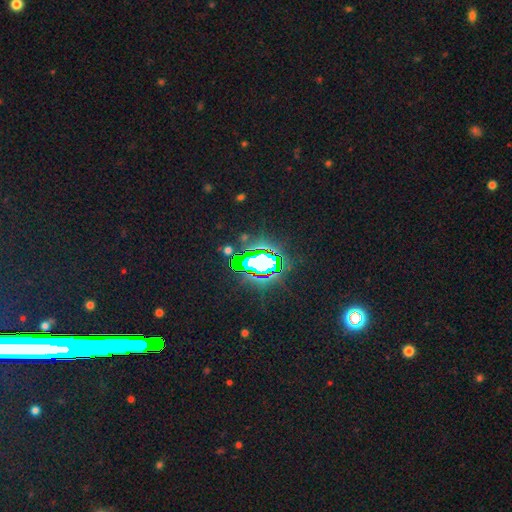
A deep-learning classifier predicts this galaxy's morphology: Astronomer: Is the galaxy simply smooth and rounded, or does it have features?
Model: star or artifact — 83%.